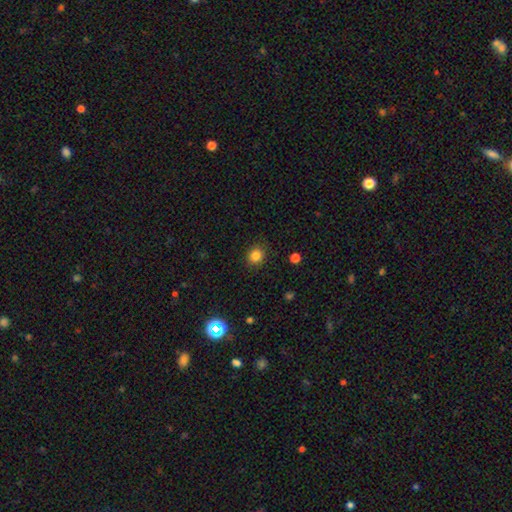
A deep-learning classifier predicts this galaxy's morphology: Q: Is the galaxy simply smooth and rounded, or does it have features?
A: smooth — 83%.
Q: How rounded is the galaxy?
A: round — 84%.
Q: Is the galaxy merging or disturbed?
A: none — 89%.